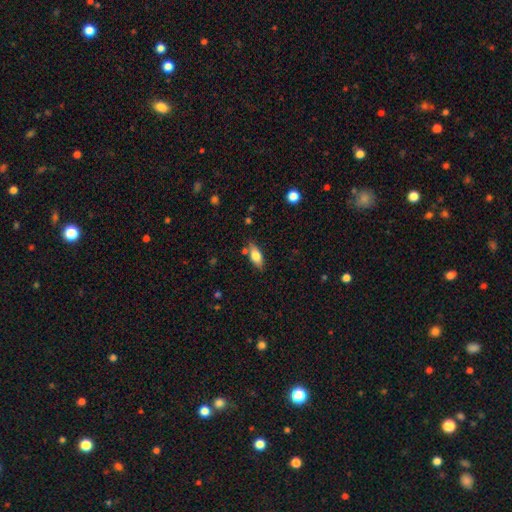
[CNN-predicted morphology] Smooth or featured: smooth — 73% (featured or disk — 19%)
How rounded: in between — 79% (cigar-shaped — 18%)
Merging: none — 75% (minor disturbance — 16%)